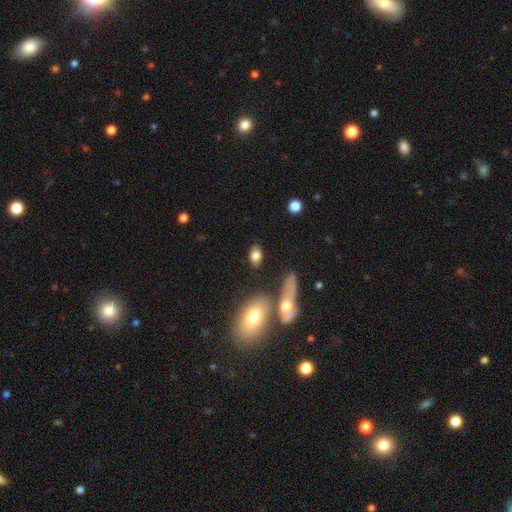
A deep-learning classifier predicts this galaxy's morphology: Smooth or featured?
  - smooth: 79% *
  - featured or disk: 13%
  - star or artifact: 8%
How rounded?
  - in between: 82% *
  - round: 14%
  - cigar-shaped: 4%
Merging?
  - none: 74% *
  - minor disturbance: 14%
  - merger: 7%
  - major disturbance: 5%